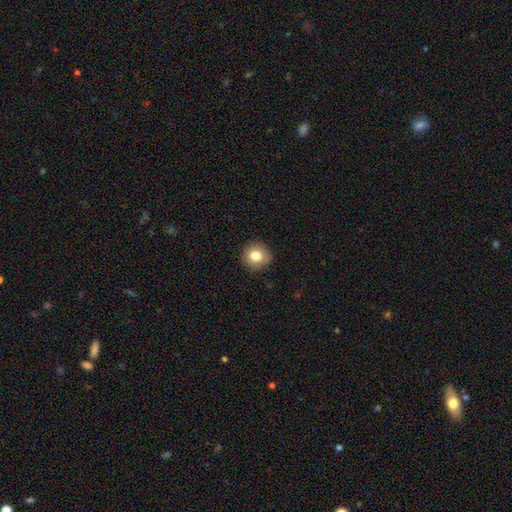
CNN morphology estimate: Smooth or featured: smooth — 81% (featured or disk — 10%)
How rounded: round — 91% (in between — 8%)
Merging: none — 90% (minor disturbance — 8%)